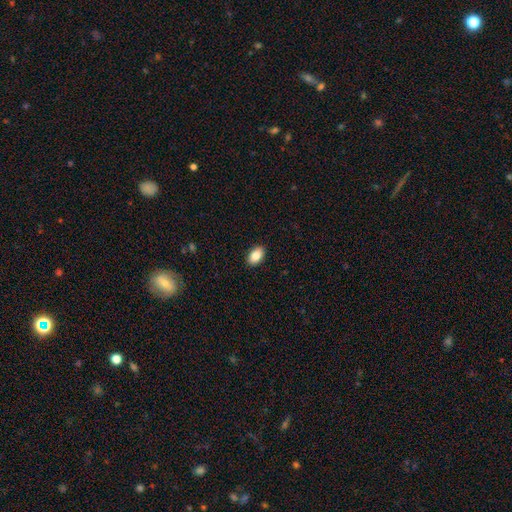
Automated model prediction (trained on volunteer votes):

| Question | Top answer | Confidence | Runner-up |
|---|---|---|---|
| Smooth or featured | smooth | 86% | star or artifact (7%) |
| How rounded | in between | 92% | round (7%) |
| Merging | none | 90% | minor disturbance (7%) |